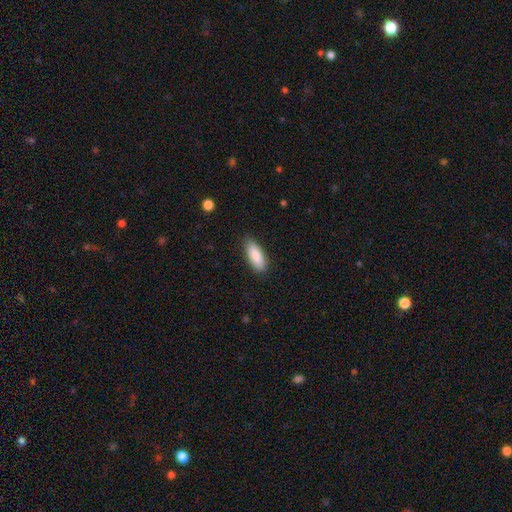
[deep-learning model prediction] Smooth or featured? Predicted: smooth (p=0.87). How rounded? Predicted: in between (p=0.78). Merging? Predicted: none (p=0.84).